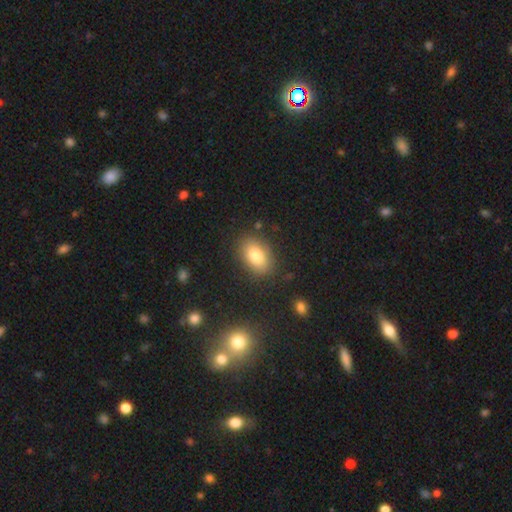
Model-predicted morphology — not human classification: smooth_or_featured: smooth (p=0.80) [alt: featured or disk p=0.11]
how_rounded: in between (p=0.84) [alt: round p=0.14]
merging: none (p=0.84) [alt: minor disturbance p=0.11]